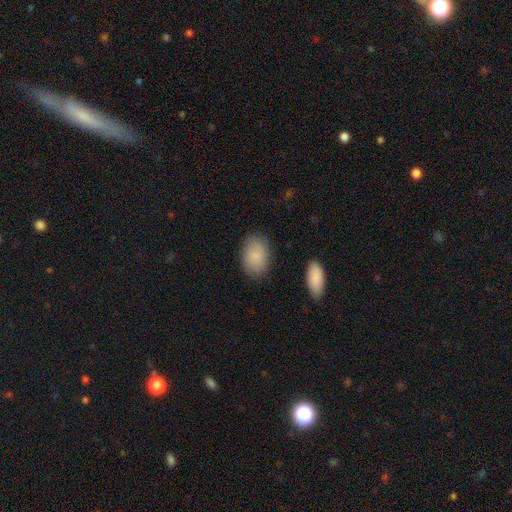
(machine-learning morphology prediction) A smooth galaxy with no disk features (86%) that is in between round and cigar-shaped (87%). Merging: none (84%).